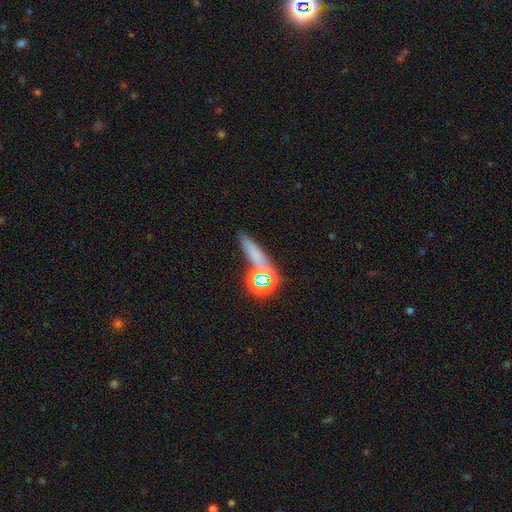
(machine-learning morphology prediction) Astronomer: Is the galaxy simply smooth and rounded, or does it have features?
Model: smooth — 52% (runner-up: star or artifact, 33%).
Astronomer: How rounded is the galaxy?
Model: cigar-shaped — 58%.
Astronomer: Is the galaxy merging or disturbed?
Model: none — 65%.